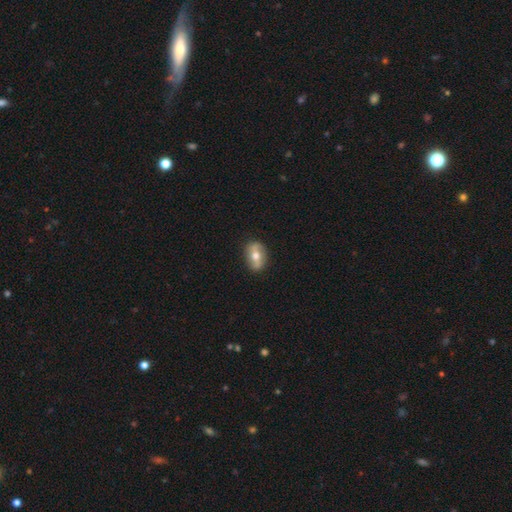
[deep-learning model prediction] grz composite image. It shows a featured or disk galaxy (55%). Merging: none (83%).